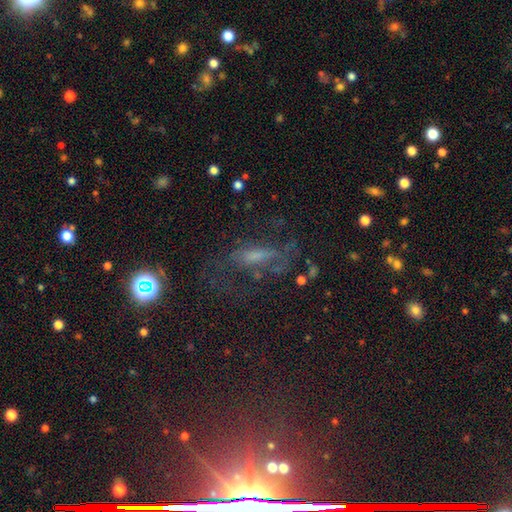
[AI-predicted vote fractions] Smooth or featured?
  - featured or disk: 45% *
  - smooth: 31%
  - star or artifact: 24%
Merging?
  - none: 48% *
  - major disturbance: 27%
  - minor disturbance: 21%
  - merger: 4%